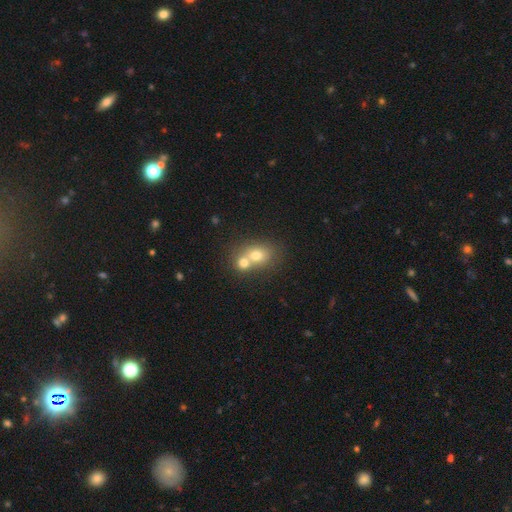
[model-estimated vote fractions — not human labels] smooth_or_featured: smooth (p=0.69) [alt: featured or disk p=0.19]
how_rounded: round (p=0.53) [alt: in between p=0.46]
merging: merger (p=0.63) [alt: none p=0.28]